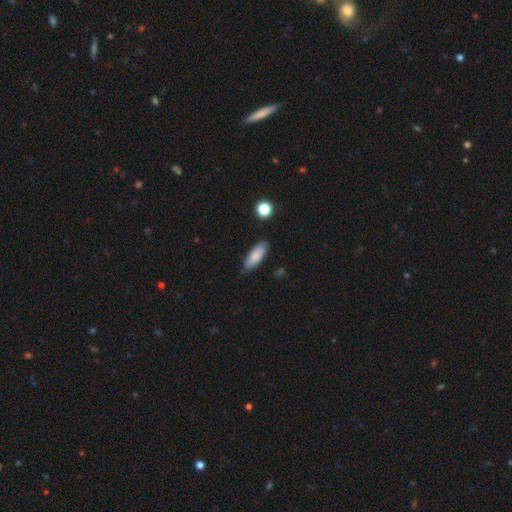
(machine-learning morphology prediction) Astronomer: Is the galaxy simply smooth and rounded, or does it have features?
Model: smooth — 83%.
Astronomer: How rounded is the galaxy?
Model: in between — 69%.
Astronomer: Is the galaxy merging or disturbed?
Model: none — 78%.